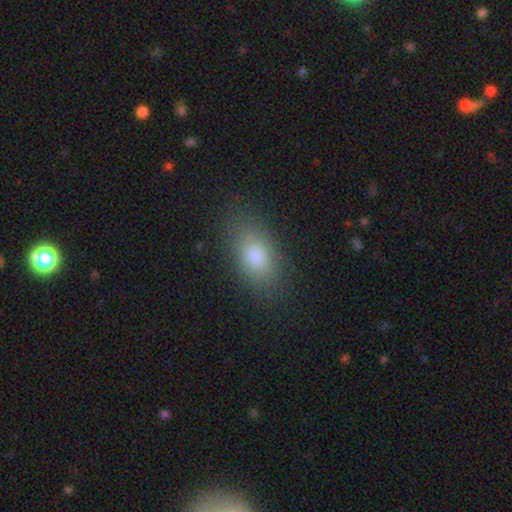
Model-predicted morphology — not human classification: Smooth or featured?
  - smooth: 83% *
  - featured or disk: 8%
  - star or artifact: 8%
How rounded?
  - in between: 89% *
  - round: 7%
  - cigar-shaped: 4%
Merging?
  - none: 81% *
  - minor disturbance: 13%
  - major disturbance: 5%
  - merger: 1%